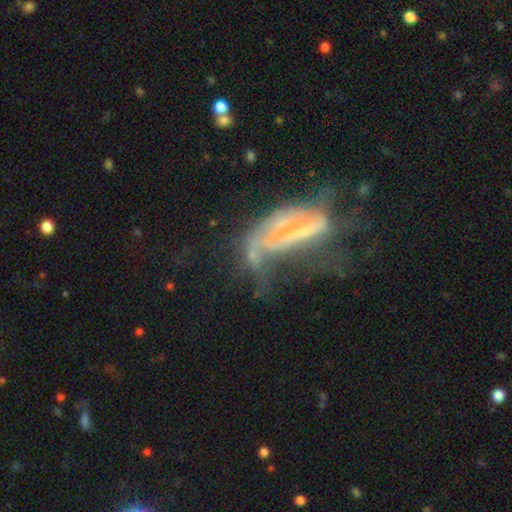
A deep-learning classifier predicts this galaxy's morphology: This is possibly a featured or disk galaxy (55%). It is clearly not viewed edge-on (82%). Merging: marginally major disturbance (35%).